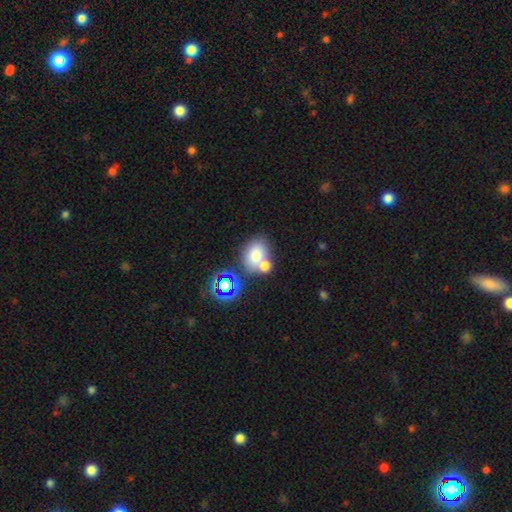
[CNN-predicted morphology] Smooth or featured?
  - smooth: 72% *
  - star or artifact: 15%
  - featured or disk: 13%
How rounded?
  - in between: 55% *
  - round: 43%
  - cigar-shaped: 1%
Merging?
  - none: 45% *
  - merger: 40%
  - minor disturbance: 11%
  - major disturbance: 5%